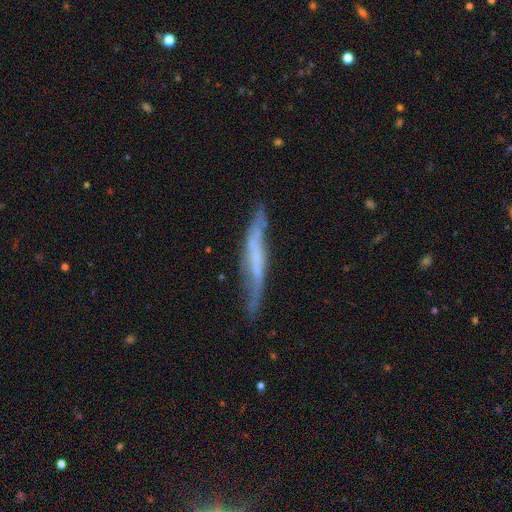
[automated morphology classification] type=featured or disk (65%); edge-on=yes (70%); merging=none (65%).